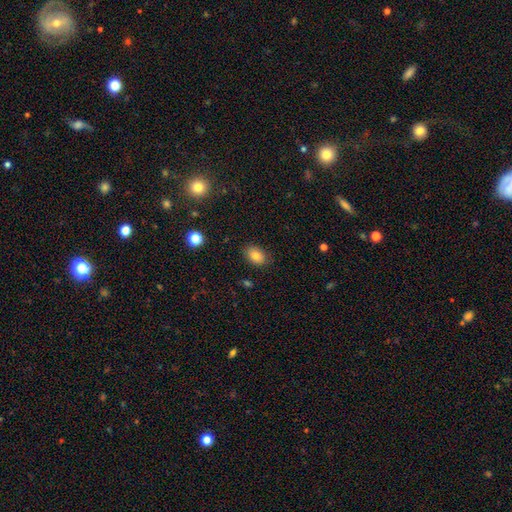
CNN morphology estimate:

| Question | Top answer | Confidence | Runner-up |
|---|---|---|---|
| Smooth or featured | smooth | 81% | featured or disk (10%) |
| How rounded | in between | 82% | round (17%) |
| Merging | none | 83% | minor disturbance (12%) |